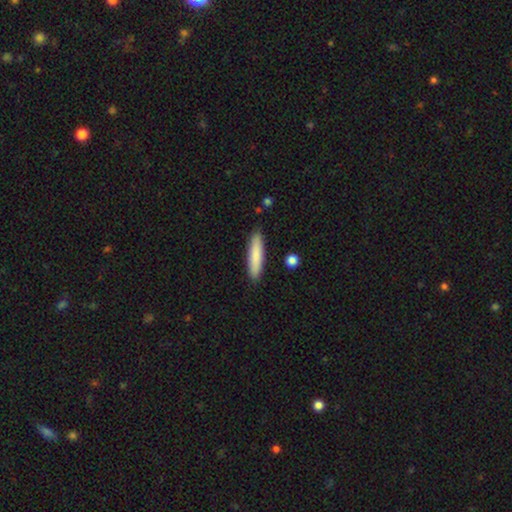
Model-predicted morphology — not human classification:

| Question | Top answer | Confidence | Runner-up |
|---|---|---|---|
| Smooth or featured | smooth | 83% | featured or disk (12%) |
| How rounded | cigar-shaped | 84% | in between (15%) |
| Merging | none | 88% | minor disturbance (8%) |